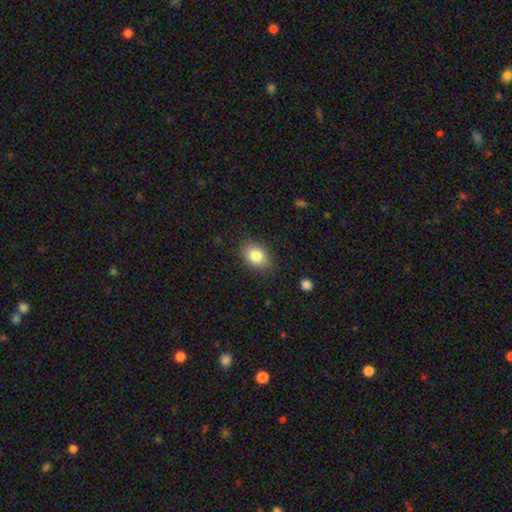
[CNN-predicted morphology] The model was most divided on "how rounded": in between: 76%, round: 23%, cigar-shaped: 1%. More confident: merging — none (84%); smooth or featured — smooth (83%).